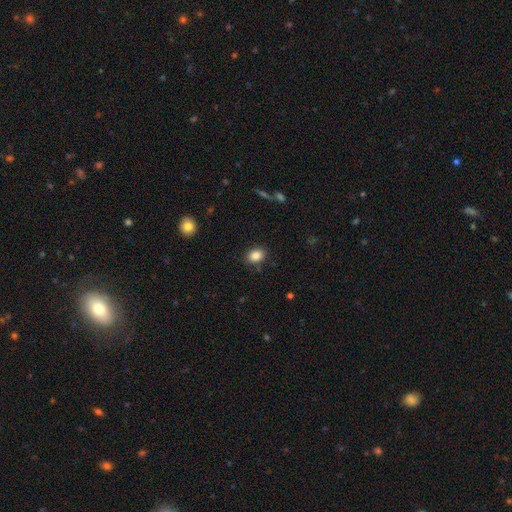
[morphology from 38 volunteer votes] This appears to be a smooth galaxy with no disk features (89%) that is in between round and cigar-shaped (82%). Merging: none (64%).